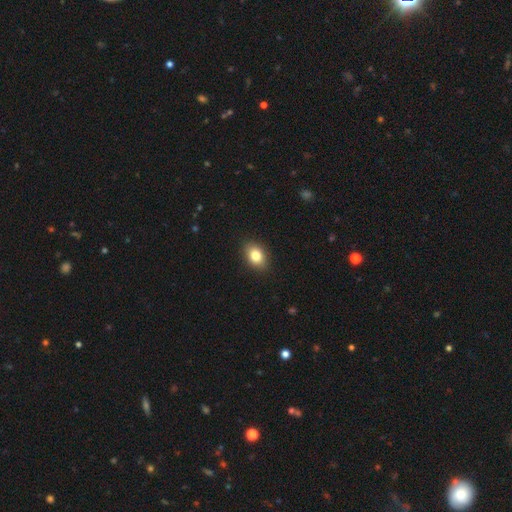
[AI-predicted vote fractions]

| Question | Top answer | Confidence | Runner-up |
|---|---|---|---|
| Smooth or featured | smooth | 82% | featured or disk (9%) |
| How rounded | in between | 78% | round (21%) |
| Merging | none | 89% | minor disturbance (8%) |